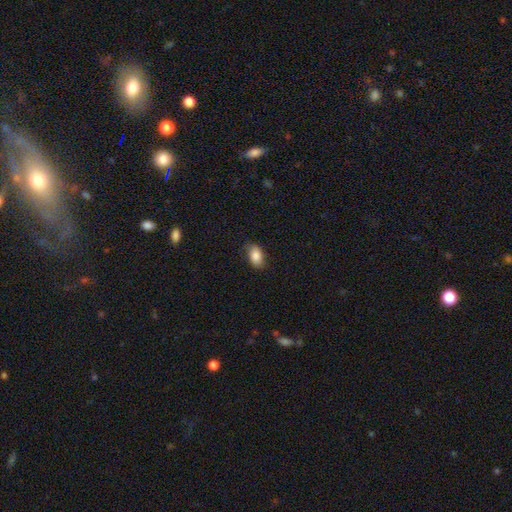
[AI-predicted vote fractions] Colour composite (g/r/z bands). It shows a smooth galaxy with no disk features (86%) that is in between round and cigar-shaped (91%). Merging: none (78%).